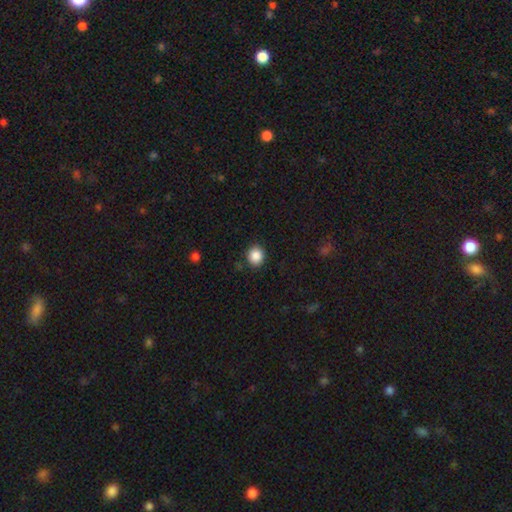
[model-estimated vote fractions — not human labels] smooth_or_featured: smooth (p=0.87) [alt: star or artifact p=0.09]
how_rounded: round (p=0.78) [alt: in between p=0.21]
merging: none (p=0.88) [alt: minor disturbance p=0.08]